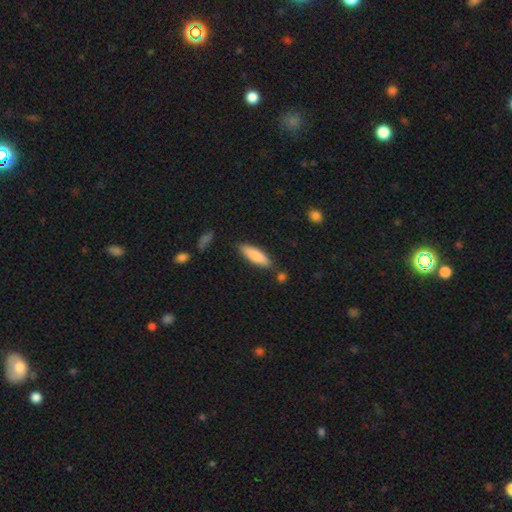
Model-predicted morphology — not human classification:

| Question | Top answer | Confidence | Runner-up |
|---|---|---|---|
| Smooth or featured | smooth | 82% | featured or disk (12%) |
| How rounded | cigar-shaped | 60% | in between (38%) |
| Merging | none | 82% | minor disturbance (11%) |